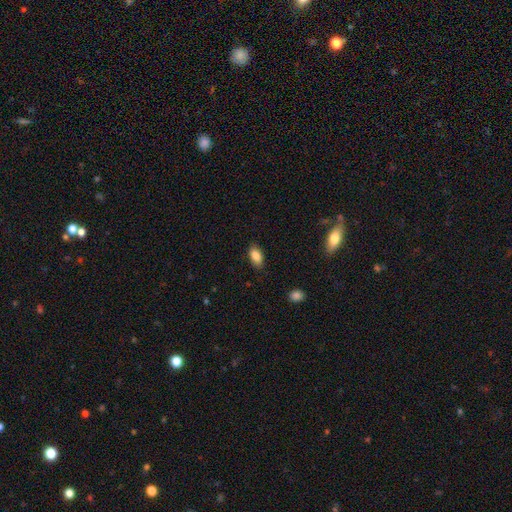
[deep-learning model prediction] Morphology: type=smooth (86%); roundness=in between (91%); merging=none (85%).